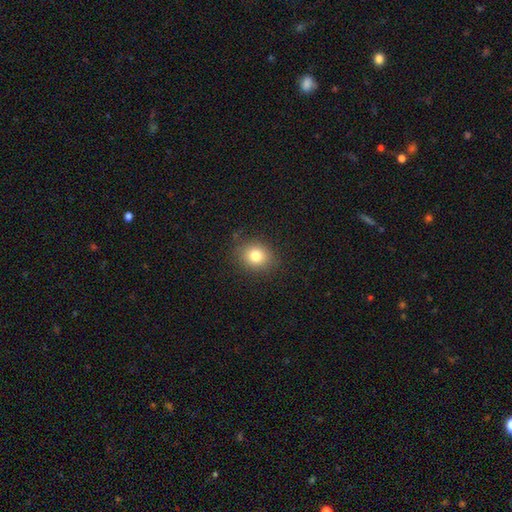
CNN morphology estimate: A smooth galaxy with no disk features (80%) that is round (67%).

Vote fractions:
- Smooth or featured? smooth: 80% / star or artifact: 11% / featured or disk: 9%
- How rounded? round: 67% / in between: 33% / cigar-shaped: 1%
- Merging? none: 86% / minor disturbance: 10% / major disturbance: 3% / merger: 1%